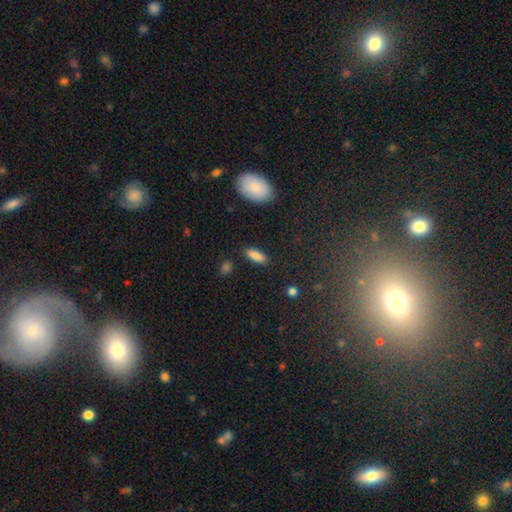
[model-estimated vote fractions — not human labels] The model was most divided on "how rounded": in between: 68%, cigar-shaped: 30%, round: 2%. More confident: smooth or featured — smooth (86%); merging — none (86%).